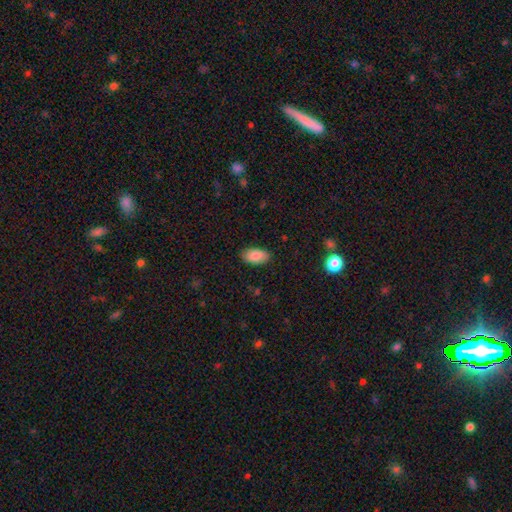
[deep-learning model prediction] A smooth galaxy with no disk features (87%) that is in between round and cigar-shaped (94%).

Vote fractions:
- Smooth or featured? smooth: 87% / star or artifact: 7% / featured or disk: 6%
- How rounded? in between: 94% / round: 3% / cigar-shaped: 2%
- Merging? none: 87% / minor disturbance: 10% / major disturbance: 2% / merger: 1%